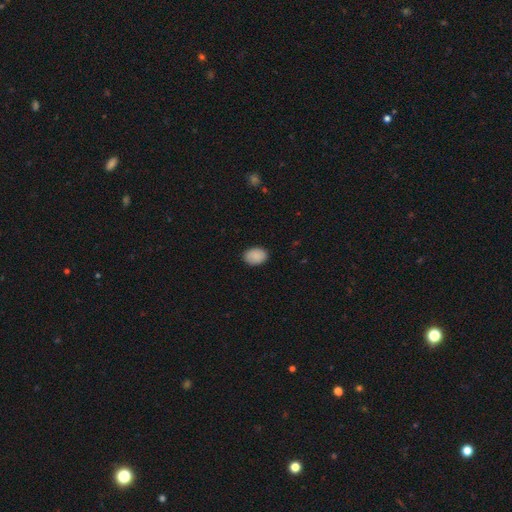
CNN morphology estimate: Smooth or featured?
  - smooth: 89% *
  - star or artifact: 7%
  - featured or disk: 3%
How rounded?
  - in between: 74% *
  - round: 25%
  - cigar-shaped: 1%
Merging?
  - none: 87% *
  - minor disturbance: 10%
  - major disturbance: 2%
  - merger: 1%